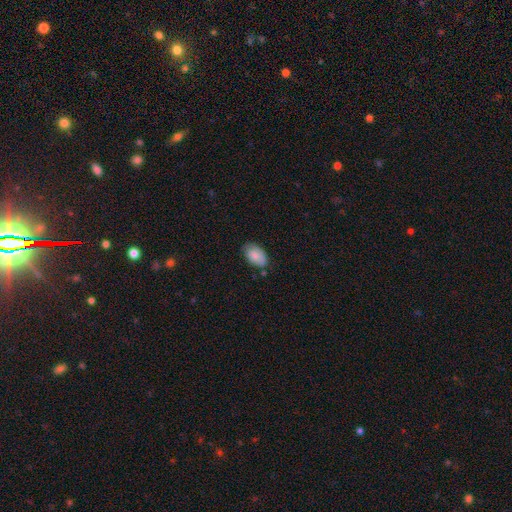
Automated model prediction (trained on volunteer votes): Smooth or featured? smooth (76%)
How rounded? in between (92%)
Merging? none (67%)